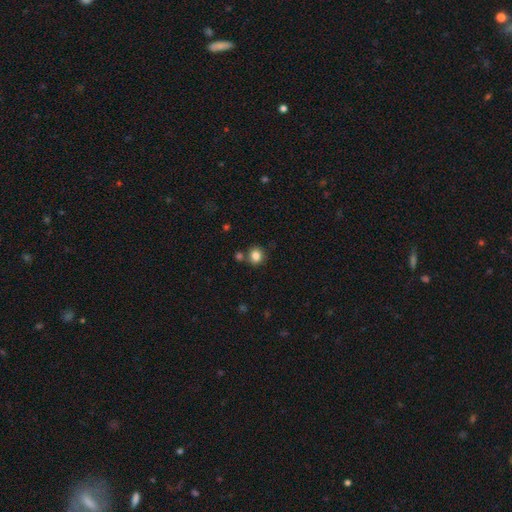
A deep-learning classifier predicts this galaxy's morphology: Q: Smooth or featured?
A: smooth (83%); runner-up: star or artifact (11%)
Q: How rounded?
A: round (86%); runner-up: in between (13%)
Q: Merging?
A: none (76%); runner-up: merger (11%)